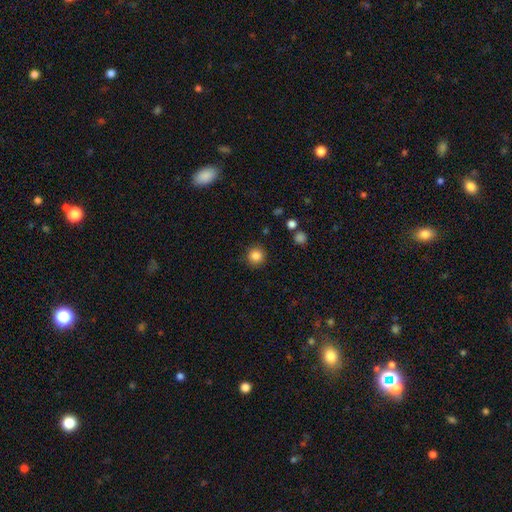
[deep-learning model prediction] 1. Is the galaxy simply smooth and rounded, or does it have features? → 84% smooth, 11% star or artifact, 5% featured or disk.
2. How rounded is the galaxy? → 94% round, 5% in between, 1% cigar-shaped.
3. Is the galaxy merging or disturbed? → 91% none, 6% minor disturbance, 2% major disturbance, 1% merger.